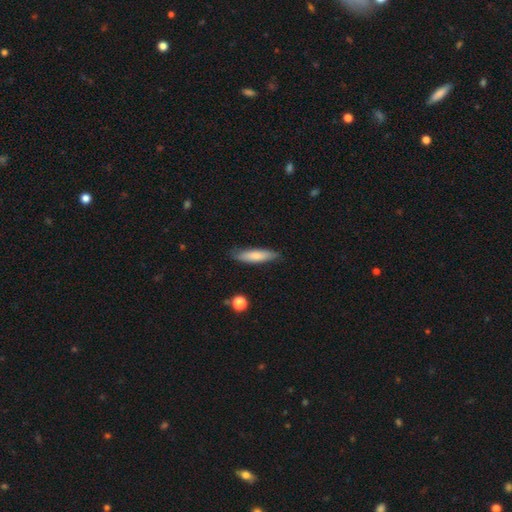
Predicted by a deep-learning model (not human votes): The model was most divided on "how rounded": cigar-shaped: 72%, in between: 26%, round: 2%. More confident: merging — none (81%); smooth or featured — smooth (75%).